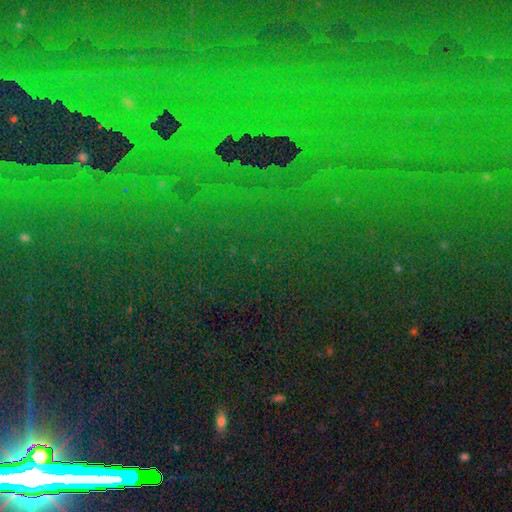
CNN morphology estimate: This is likely a star or artifact rather than a galaxy (78%).